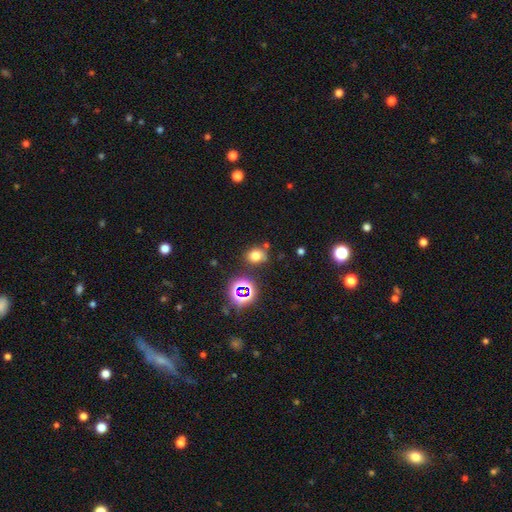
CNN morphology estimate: Overall: smooth (69%). How rounded: round (62%; in between 37%). Merging: none (74%).